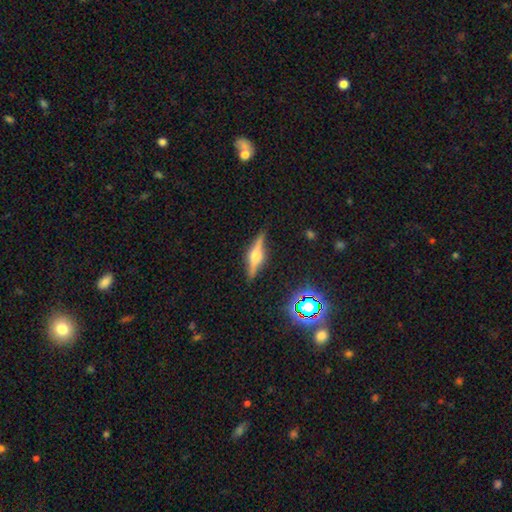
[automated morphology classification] Smooth or featured? Predicted: featured or disk (p=0.73). Edge-on disk? Predicted: yes (p=0.97). Edge-on bulge? Predicted: rounded (p=0.90). Merging? Predicted: none (p=0.87).